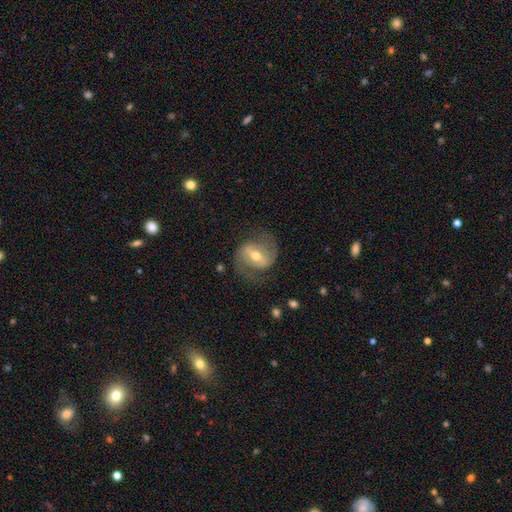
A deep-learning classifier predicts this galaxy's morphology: Overall: featured or disk (82%). Edge-on disk: no (96%). Bar: strong (45%; weak 40%). Spiral arms: yes (92%). Spiral arm count: 2 (90%). Spiral winding: medium (53%; loose 28%). Bulge size: moderate (67%). Merging: none (73%).